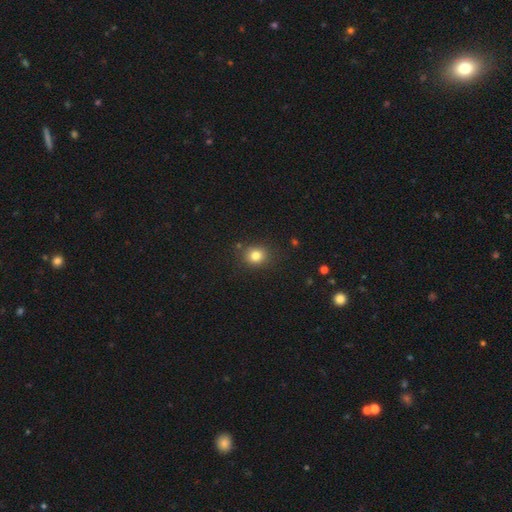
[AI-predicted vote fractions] The model was most divided on "how rounded": round: 74%, in between: 25%, cigar-shaped: 1%. More confident: merging — none (84%); smooth or featured — smooth (81%).